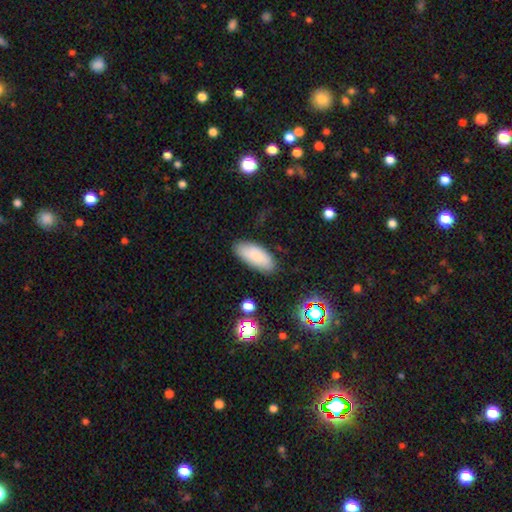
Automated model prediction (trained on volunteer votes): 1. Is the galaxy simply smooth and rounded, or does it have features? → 83% smooth, 9% featured or disk, 8% star or artifact.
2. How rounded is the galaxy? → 85% in between, 13% cigar-shaped, 2% round.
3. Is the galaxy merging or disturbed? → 83% none, 13% minor disturbance, 3% major disturbance, 2% merger.